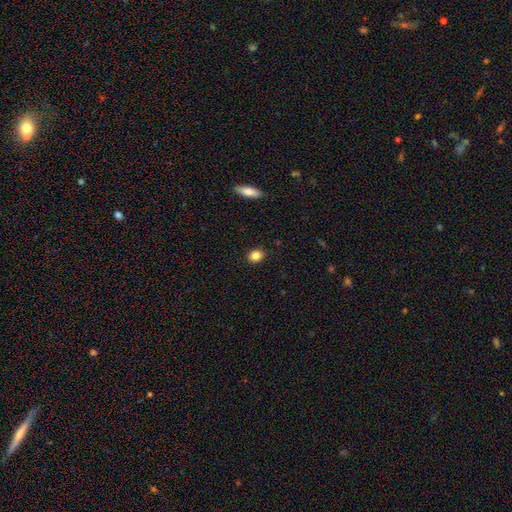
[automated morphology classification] type=smooth (84%); roundness=round (52%); merging=none (90%).